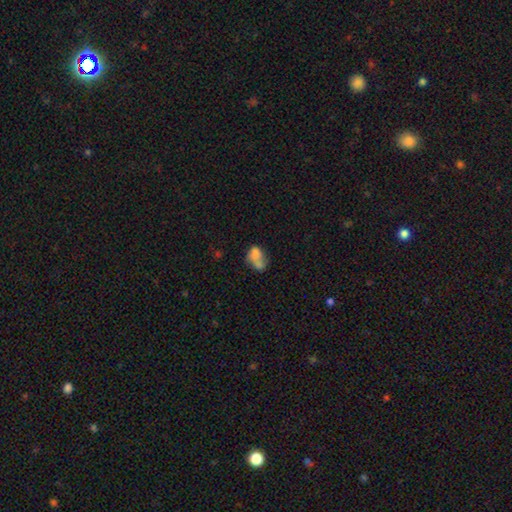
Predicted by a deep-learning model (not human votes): smooth 65%, featured or disk 24%, star or artifact 11%. Down the decision tree: how rounded — in between (73%); merging — merger (40%).